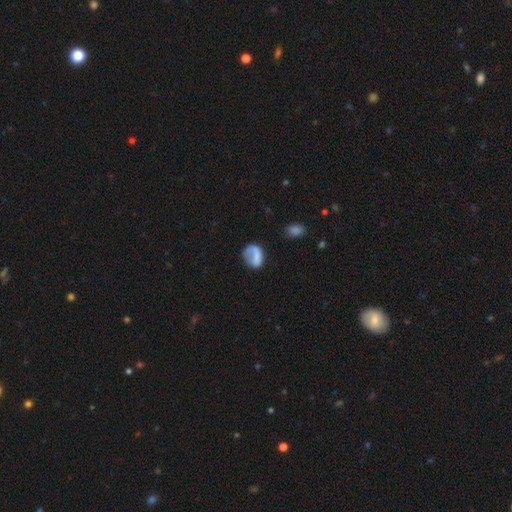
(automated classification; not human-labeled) A smooth galaxy with no disk features (67%) that is in between round and cigar-shaped (52%).

Vote fractions:
- Smooth or featured? smooth: 67% / featured or disk: 24% / star or artifact: 9%
- How rounded? in between: 52% / round: 46% / cigar-shaped: 2%
- Merging? none: 46% / major disturbance: 26% / minor disturbance: 25% / merger: 4%